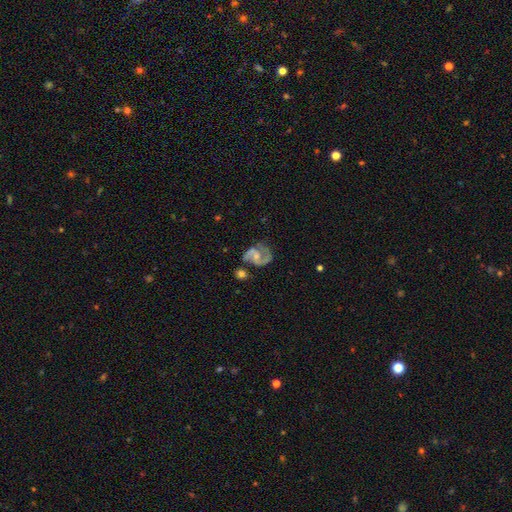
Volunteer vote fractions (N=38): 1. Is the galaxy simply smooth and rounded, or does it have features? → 87% featured or disk, 8% smooth, 5% star or artifact.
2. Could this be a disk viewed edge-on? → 97% no, 3% yes.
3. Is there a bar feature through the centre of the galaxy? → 53% no, 41% weak, 6% strong.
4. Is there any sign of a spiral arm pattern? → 97% yes, 3% no.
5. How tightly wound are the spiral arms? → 52% medium, 39% loose, 10% tight.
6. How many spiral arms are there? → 97% 2, 3% 3, 0% 1, 0% 4, 0% more than 4, 0% can't tell.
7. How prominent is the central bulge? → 59% moderate, 38% small, 3% none, 0% dominant, 0% large.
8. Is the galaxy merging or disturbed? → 39% none, 36% minor disturbance, 22% major disturbance, 3% merger.